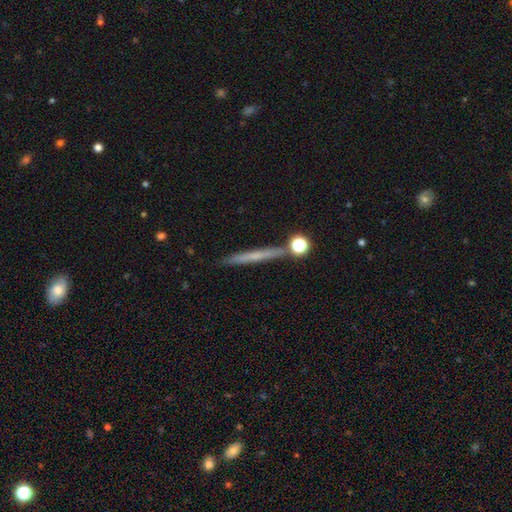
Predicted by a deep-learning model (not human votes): This appears to be a smooth galaxy with no disk features (47%). Merging: none (83%).